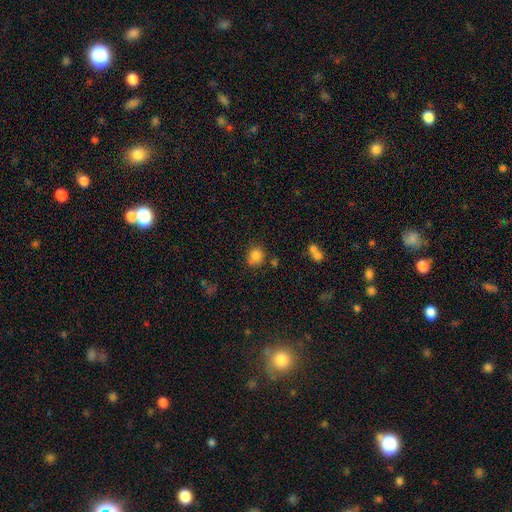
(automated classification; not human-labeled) Smooth or featured: smooth — 82% (star or artifact — 11%)
How rounded: round — 83% (in between — 16%)
Merging: none — 71% (minor disturbance — 16%)